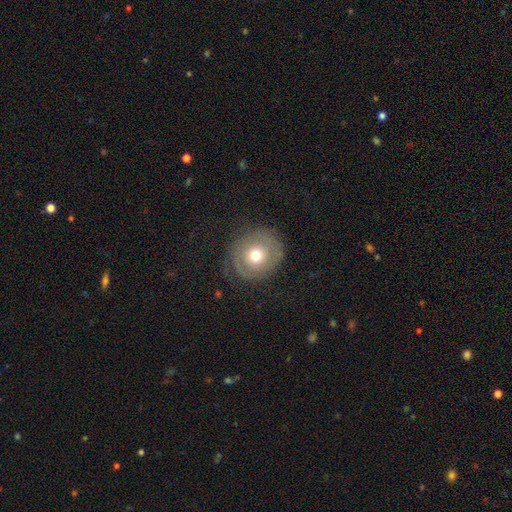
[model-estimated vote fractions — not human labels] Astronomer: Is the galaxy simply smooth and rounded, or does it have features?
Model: smooth — 51% (runner-up: featured or disk, 39%).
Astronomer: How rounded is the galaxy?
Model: round — 83%.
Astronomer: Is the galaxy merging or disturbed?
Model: none — 73%.